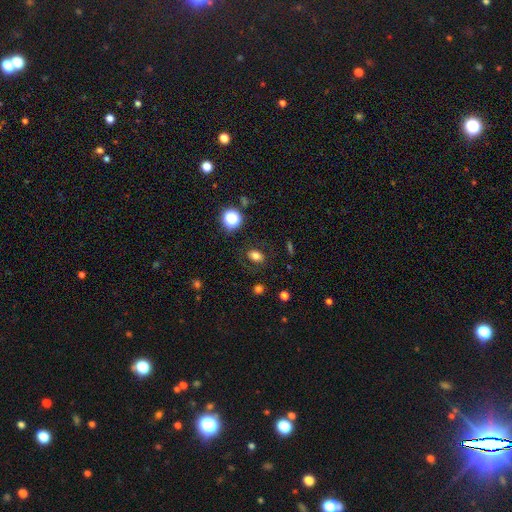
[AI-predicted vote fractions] The model was most divided on "how rounded": in between: 74%, round: 24%, cigar-shaped: 2%. More confident: merging — none (81%); smooth or featured — smooth (71%).